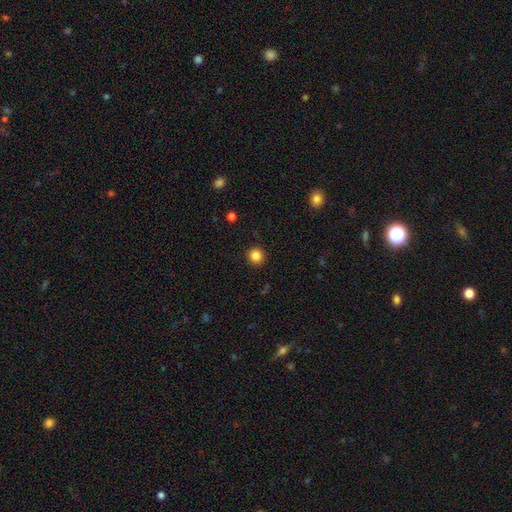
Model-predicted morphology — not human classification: smooth 85%, star or artifact 11%, featured or disk 4%. Down the decision tree: how rounded — round (94%); merging — none (92%).